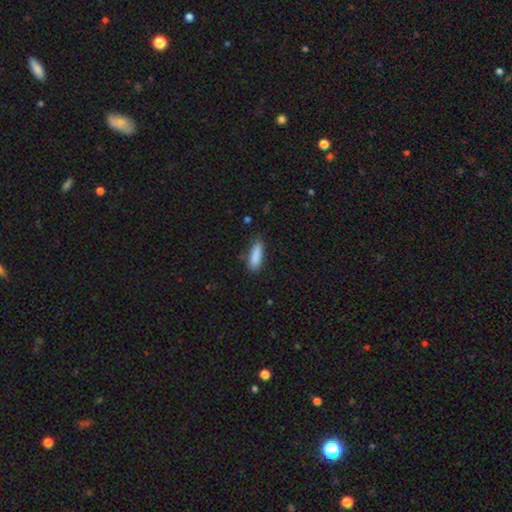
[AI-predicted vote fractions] Overall: smooth (87%). How rounded: cigar-shaped (50%; in between 48%). Merging: none (74%).